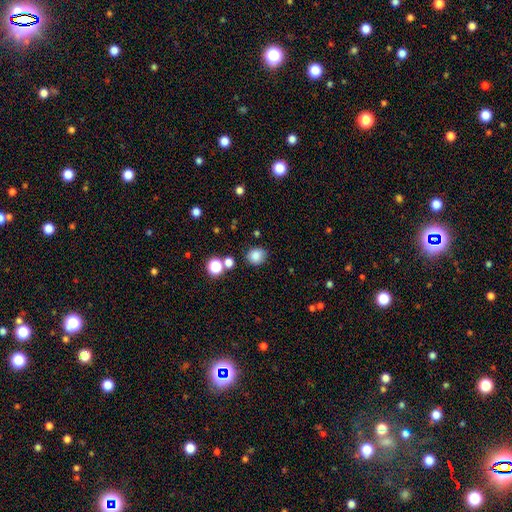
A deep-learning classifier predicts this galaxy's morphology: Q: Smooth or featured?
A: smooth (82%); runner-up: star or artifact (13%)
Q: How rounded?
A: round (76%); runner-up: in between (23%)
Q: Merging?
A: none (81%); runner-up: minor disturbance (11%)